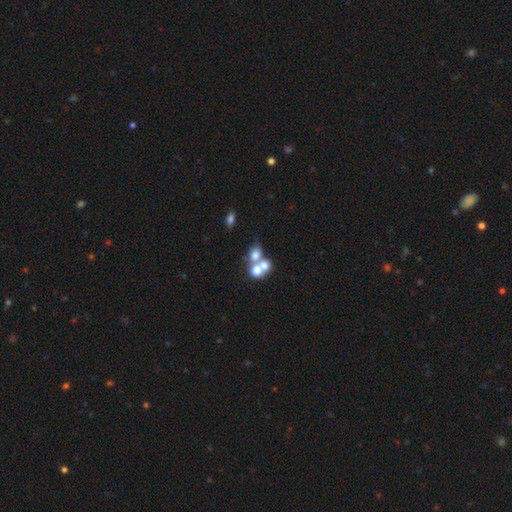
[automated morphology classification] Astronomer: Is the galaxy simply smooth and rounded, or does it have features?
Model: smooth — 63%.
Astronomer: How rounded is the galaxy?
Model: round — 61% (runner-up: in between, 37%).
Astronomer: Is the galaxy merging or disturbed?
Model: merger — 68%.